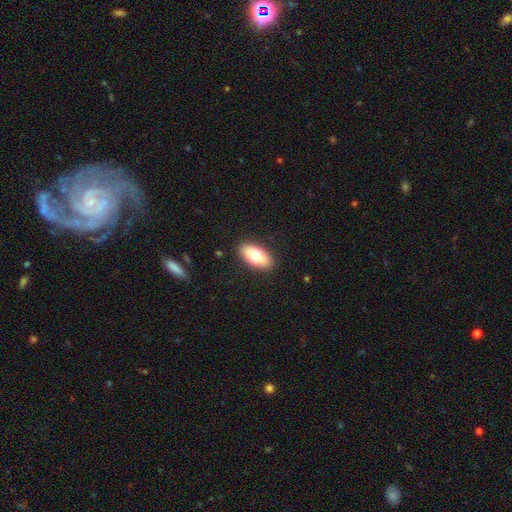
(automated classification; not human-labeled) Overall: smooth (74%). How rounded: in between (91%). Merging: none (89%).